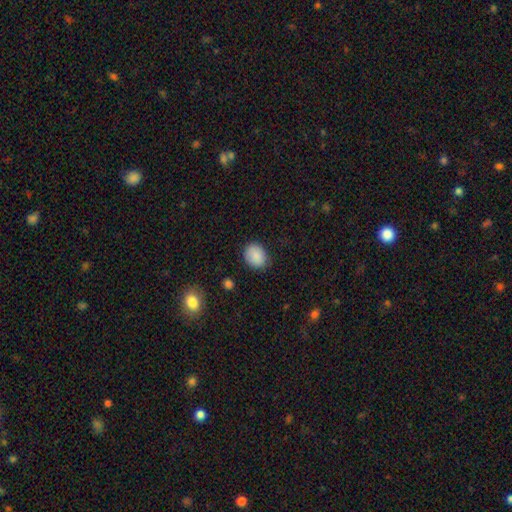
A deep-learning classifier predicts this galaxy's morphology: smooth-or-featured: smooth: 87% | star or artifact: 8% | featured or disk: 5%
  how-rounded: in between: 50% | round: 49% | cigar-shaped: 1%
  merging: none: 82% | minor disturbance: 14% | major disturbance: 3% | merger: 1%